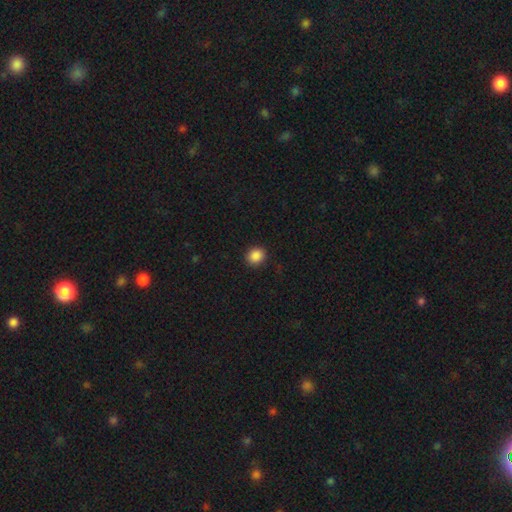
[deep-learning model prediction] This appears to be a smooth galaxy with no disk features (88%) that is round (77%). Merging: none (90%).